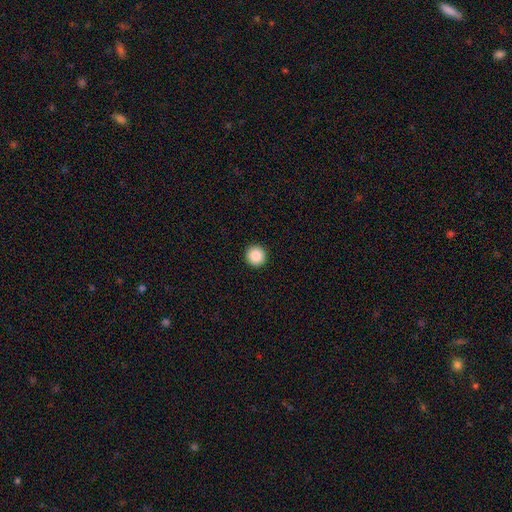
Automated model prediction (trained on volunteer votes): Morphology: type=smooth (87%); roundness=round (97%); merging=none (94%).